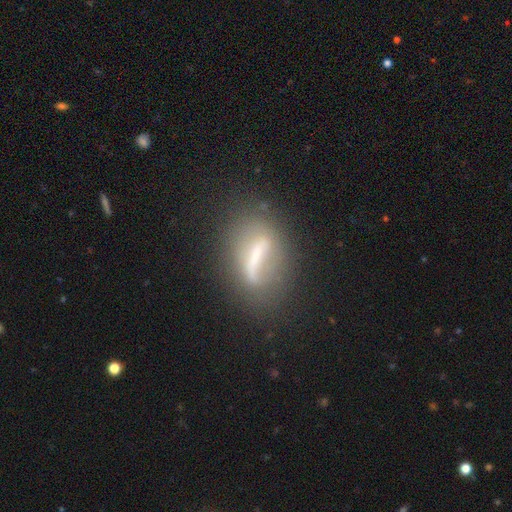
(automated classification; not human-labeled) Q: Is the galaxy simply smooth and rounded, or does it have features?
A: featured or disk — 56%.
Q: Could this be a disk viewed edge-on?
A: no — 72%.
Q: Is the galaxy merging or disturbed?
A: none — 62%.